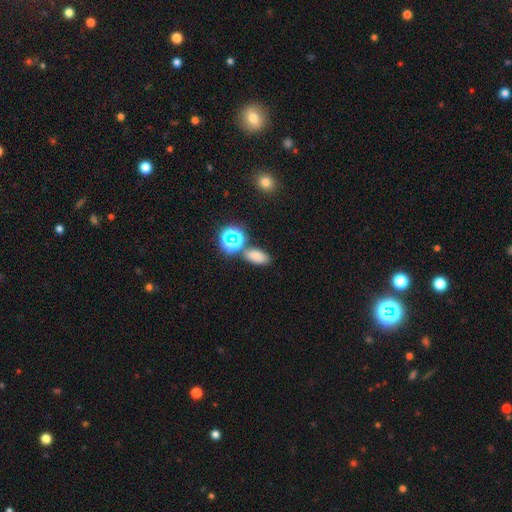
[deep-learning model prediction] Smooth or featured? Predicted: smooth (p=0.71). How rounded? Predicted: in between (p=0.86). Merging? Predicted: none (p=0.75).